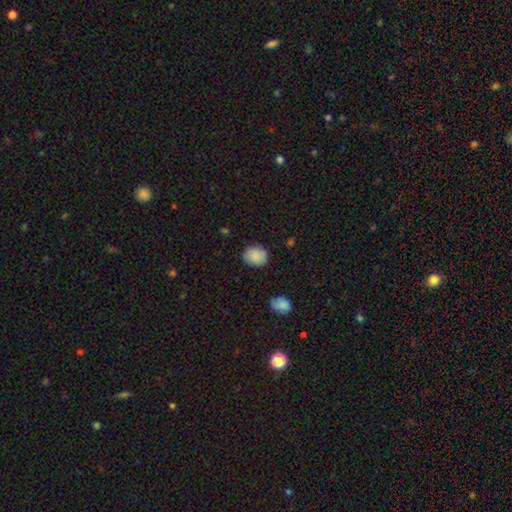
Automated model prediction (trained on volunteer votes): Smooth or featured? Predicted: smooth (p=0.87). How rounded? Predicted: round (p=0.59). Merging? Predicted: none (p=0.84).